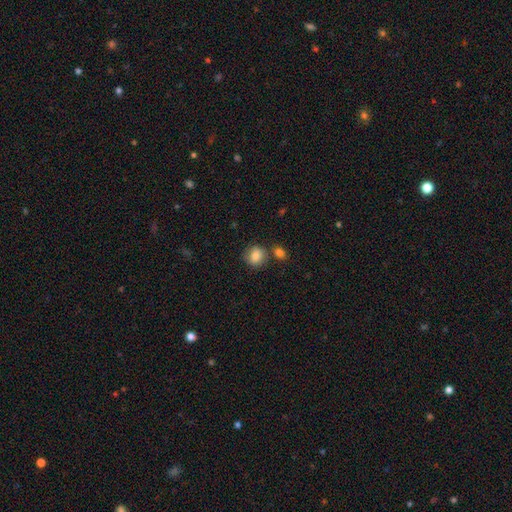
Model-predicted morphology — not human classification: Smooth or featured? Predicted: smooth (p=0.82). How rounded? Predicted: round (p=0.80). Merging? Predicted: none (p=0.72).